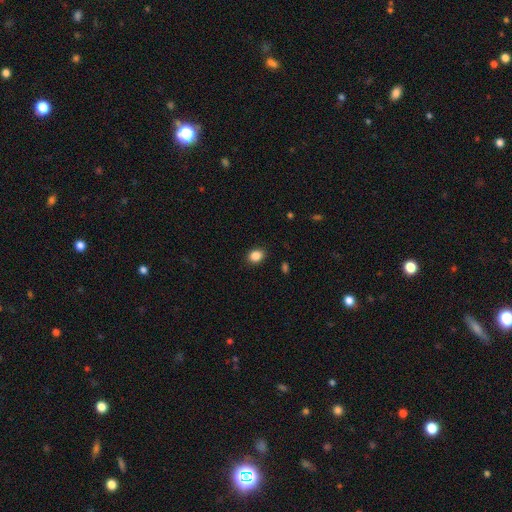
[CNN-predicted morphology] The model was most divided on "how rounded": in between: 53%, round: 46%, cigar-shaped: 1%. More confident: merging — none (89%); smooth or featured — smooth (86%).